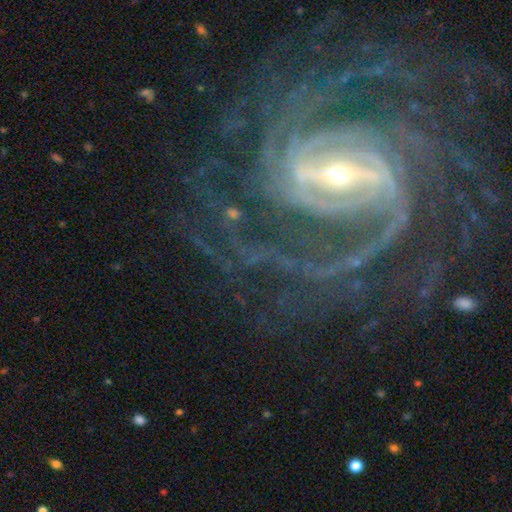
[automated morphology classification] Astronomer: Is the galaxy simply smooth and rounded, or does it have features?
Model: featured or disk — 87%.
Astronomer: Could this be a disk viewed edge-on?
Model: no — 96%.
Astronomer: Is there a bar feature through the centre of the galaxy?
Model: strong — 65%.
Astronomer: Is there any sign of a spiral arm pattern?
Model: yes — 97%.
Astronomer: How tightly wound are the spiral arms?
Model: tight — 49% (runner-up: medium, 38%).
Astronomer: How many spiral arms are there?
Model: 2 — 22% (runner-up: 3, 19%).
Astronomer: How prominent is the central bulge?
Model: small — 67%.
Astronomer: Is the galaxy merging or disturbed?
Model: none — 63%.